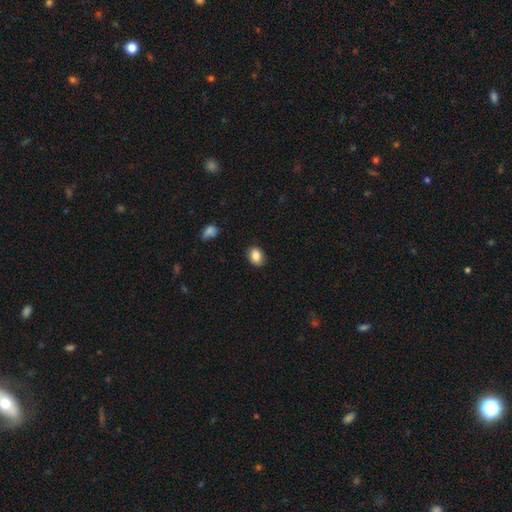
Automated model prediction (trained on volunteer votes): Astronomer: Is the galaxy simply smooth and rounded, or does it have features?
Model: smooth — 87%.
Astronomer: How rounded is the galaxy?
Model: in between — 63%.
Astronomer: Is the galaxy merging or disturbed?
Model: none — 86%.